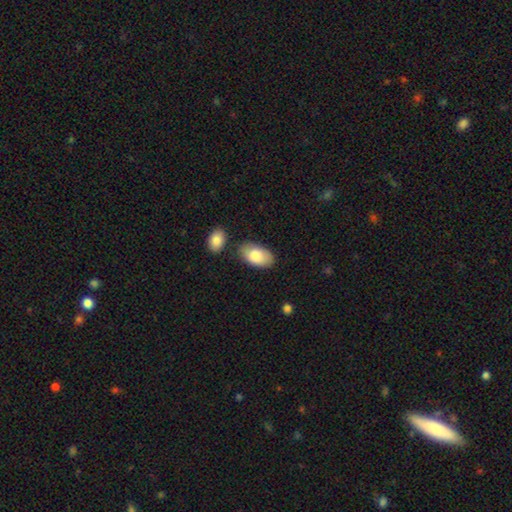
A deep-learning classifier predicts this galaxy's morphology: Smooth or featured: smooth — 83% (featured or disk — 11%)
How rounded: in between — 95% (round — 3%)
Merging: none — 74% (minor disturbance — 16%)